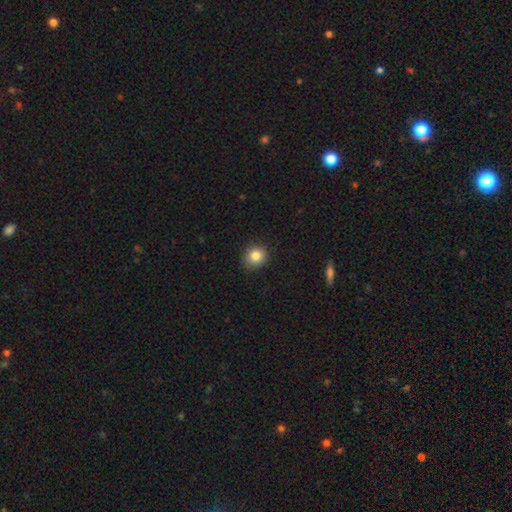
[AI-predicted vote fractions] Smooth or featured?
  - smooth: 84% *
  - star or artifact: 10%
  - featured or disk: 6%
How rounded?
  - round: 85% *
  - in between: 14%
  - cigar-shaped: 1%
Merging?
  - none: 86% *
  - minor disturbance: 11%
  - major disturbance: 2%
  - merger: 1%